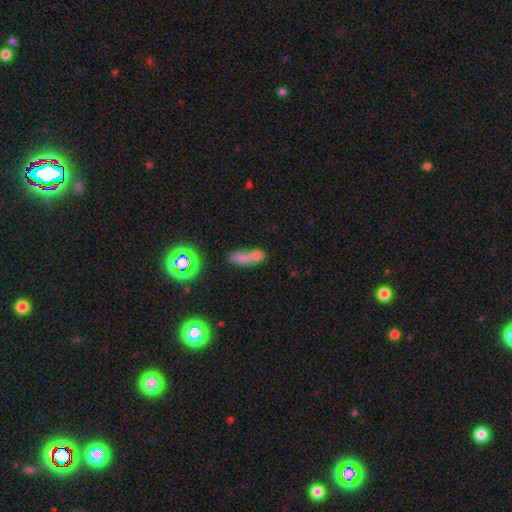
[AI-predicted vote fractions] Morphology: type=smooth (68%); roundness=in between (56%); merging=merger (51%).